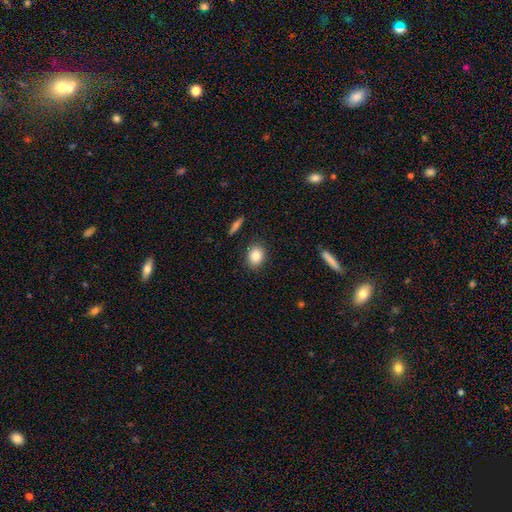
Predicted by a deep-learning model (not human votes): This is clearly a smooth galaxy (85%). How rounded: possibly in between (56%). Merging: clearly none (88%).